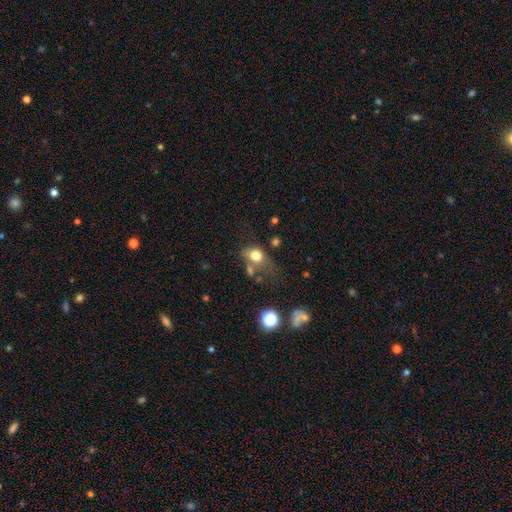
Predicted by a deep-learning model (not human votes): smooth 74%, featured or disk 14%, star or artifact 12%. Down the decision tree: how rounded — in between (61%); merging — none (34%).